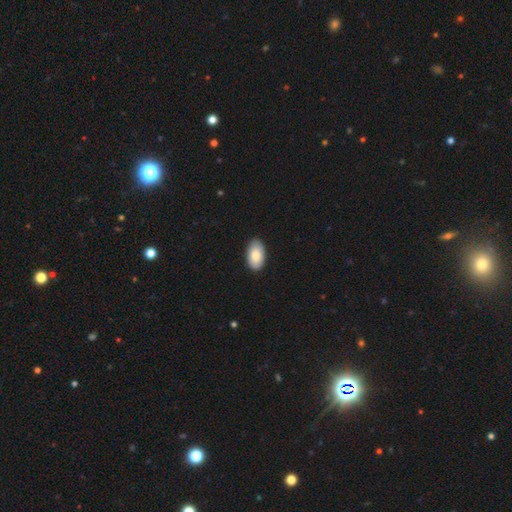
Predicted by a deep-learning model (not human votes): smooth-or-featured: smooth: 84% | featured or disk: 10% | star or artifact: 6%
  how-rounded: in between: 95% | round: 3% | cigar-shaped: 1%
  merging: none: 88% | minor disturbance: 9% | major disturbance: 2% | merger: 1%